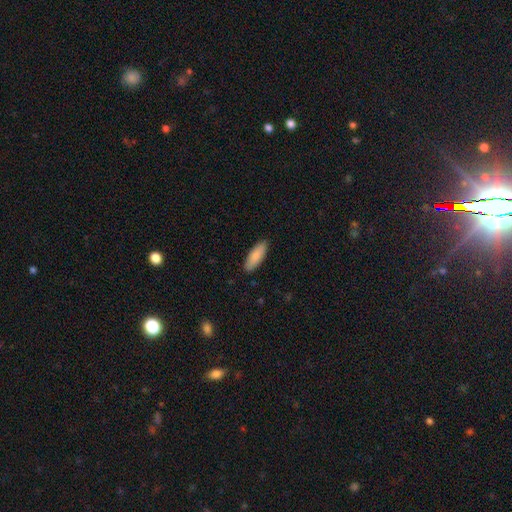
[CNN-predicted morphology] Overall: smooth (87%). How rounded: in between (68%; cigar-shaped 30%). Merging: none (88%).